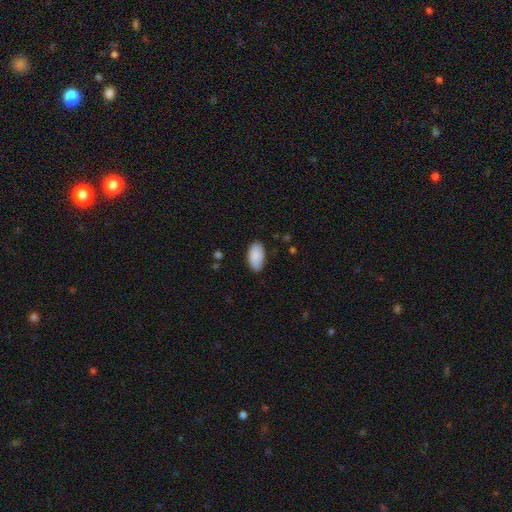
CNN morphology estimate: Smooth or featured? Predicted: smooth (p=0.89). How rounded? Predicted: in between (p=0.95). Merging? Predicted: none (p=0.83).